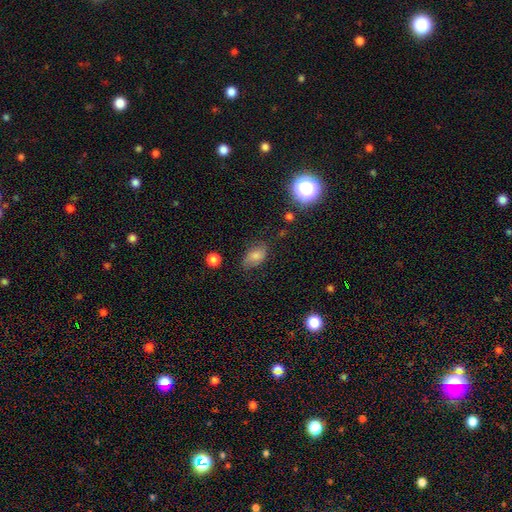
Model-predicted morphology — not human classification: smooth-or-featured: smooth: 67% | featured or disk: 18% | star or artifact: 14%
  how-rounded: in between: 87% | round: 11% | cigar-shaped: 2%
  merging: none: 66% | minor disturbance: 26% | major disturbance: 7% | merger: 2%